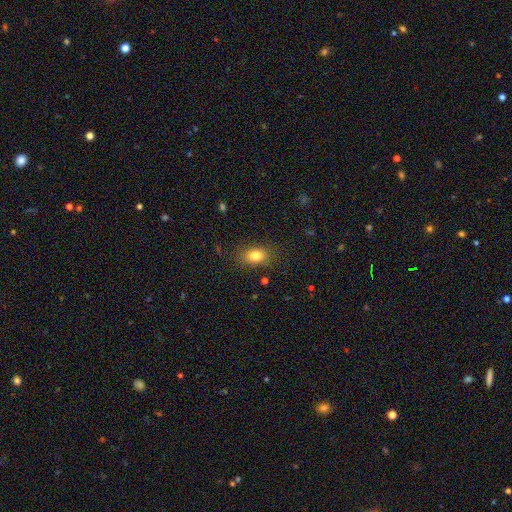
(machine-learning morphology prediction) Smooth or featured: smooth — 80% (star or artifact — 11%)
How rounded: in between — 72% (round — 26%)
Merging: none — 81% (minor disturbance — 13%)